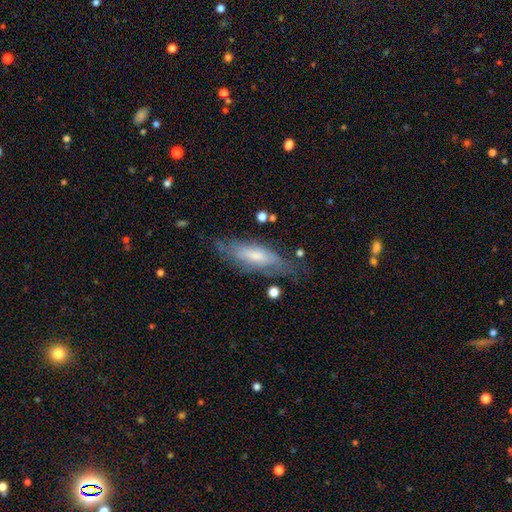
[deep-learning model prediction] The model was most divided on "smooth or featured": smooth: 49%, featured or disk: 44%, star or artifact: 7%. More confident: merging — none (65%).